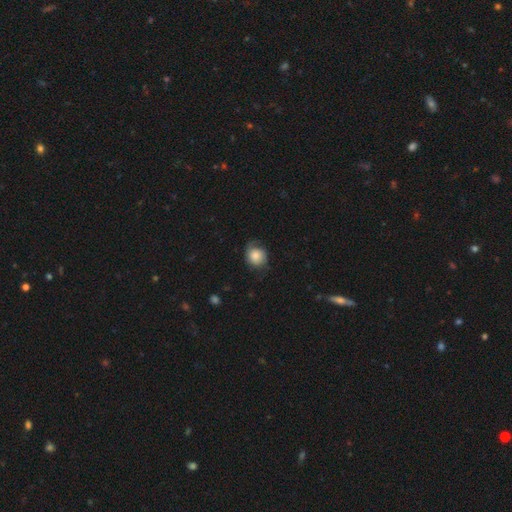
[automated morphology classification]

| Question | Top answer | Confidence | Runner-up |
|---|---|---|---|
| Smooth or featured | smooth | 71% | featured or disk (21%) |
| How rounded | round | 77% | in between (22%) |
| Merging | none | 54% | minor disturbance (31%) |